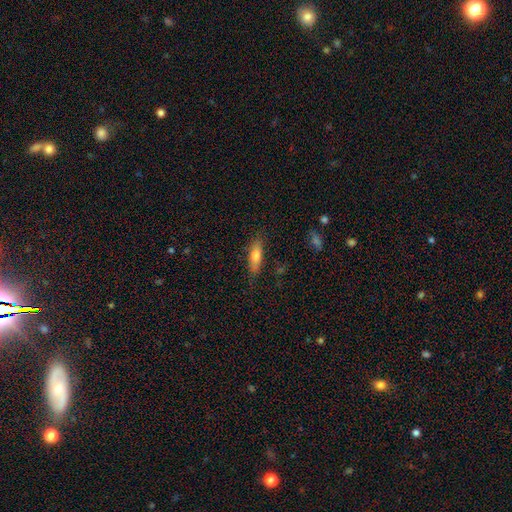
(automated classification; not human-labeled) smooth 70%, featured or disk 23%, star or artifact 7%. Down the decision tree: how rounded — cigar-shaped (52%); merging — none (83%).